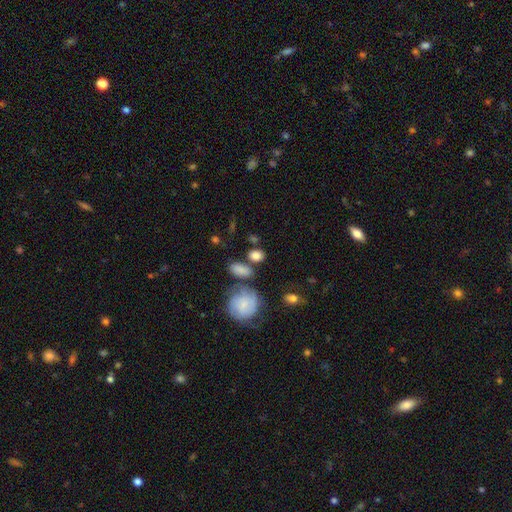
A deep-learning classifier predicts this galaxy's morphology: smooth 81%, featured or disk 11%, star or artifact 8%. Down the decision tree: how rounded — in between (68%); merging — none (66%).